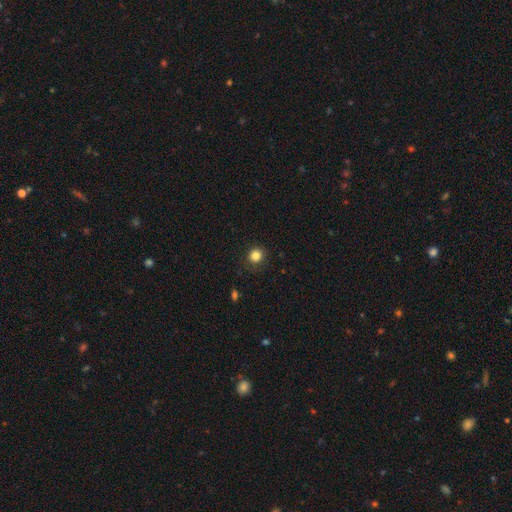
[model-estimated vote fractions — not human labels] Smooth or featured: smooth — 83% (star or artifact — 12%)
How rounded: round — 90% (in between — 9%)
Merging: none — 88% (minor disturbance — 8%)